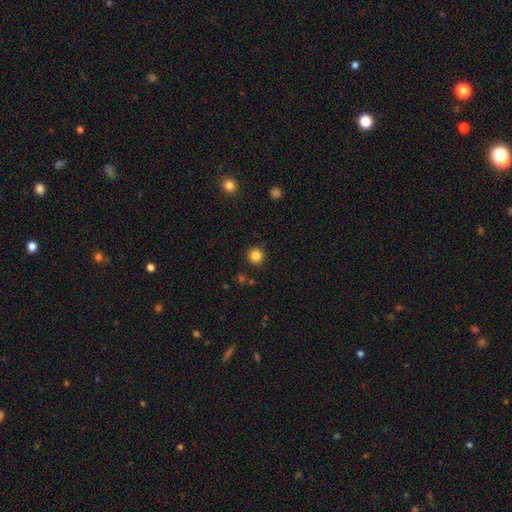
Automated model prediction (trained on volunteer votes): Morphology: type=smooth (84%); roundness=round (94%); merging=none (91%).